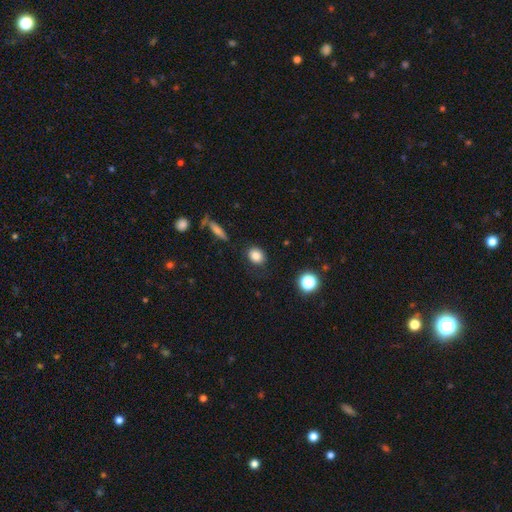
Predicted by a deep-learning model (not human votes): Morphology: type=smooth (84%); roundness=round (59%); merging=none (78%).